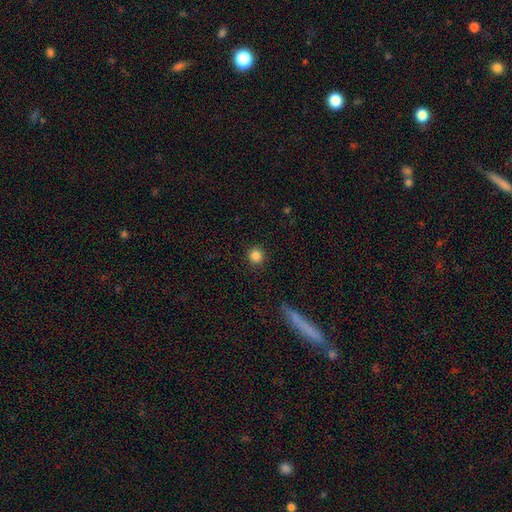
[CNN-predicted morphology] type=smooth (85%); roundness=round (94%); merging=none (91%).